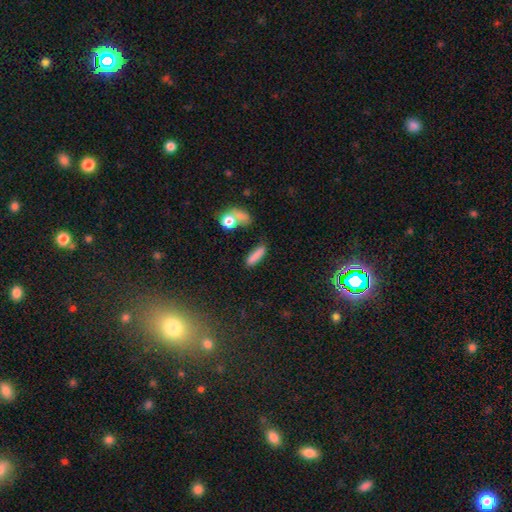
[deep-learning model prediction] This is clearly a smooth galaxy (82%). How rounded: likely cigar-shaped (70%). Merging: likely none (73%).